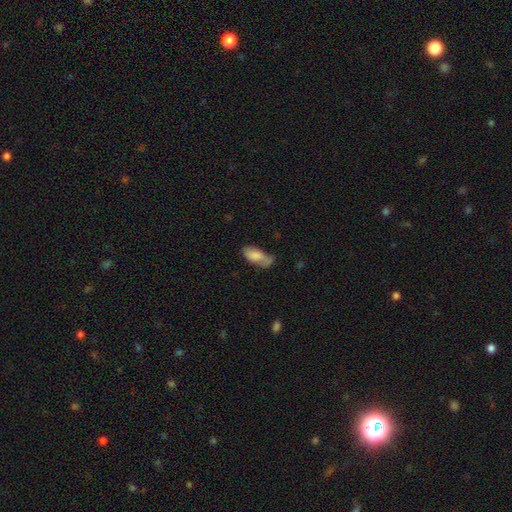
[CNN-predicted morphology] Q: Smooth or featured?
A: smooth (78%); runner-up: featured or disk (14%)
Q: How rounded?
A: in between (87%); runner-up: cigar-shaped (10%)
Q: Merging?
A: none (41%); runner-up: minor disturbance (32%)